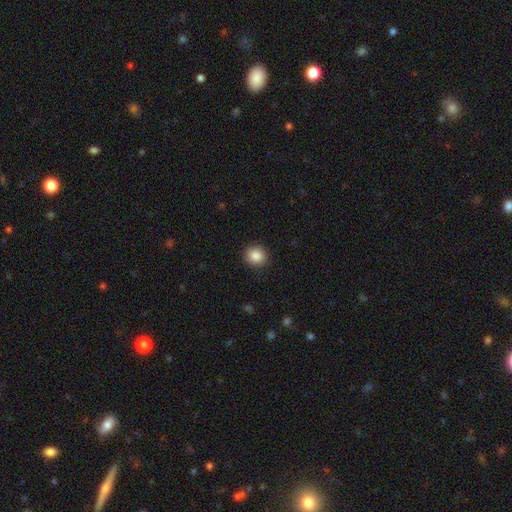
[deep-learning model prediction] Smooth or featured: smooth — 87% (star or artifact — 9%)
How rounded: round — 85% (in between — 14%)
Merging: none — 91% (minor disturbance — 6%)